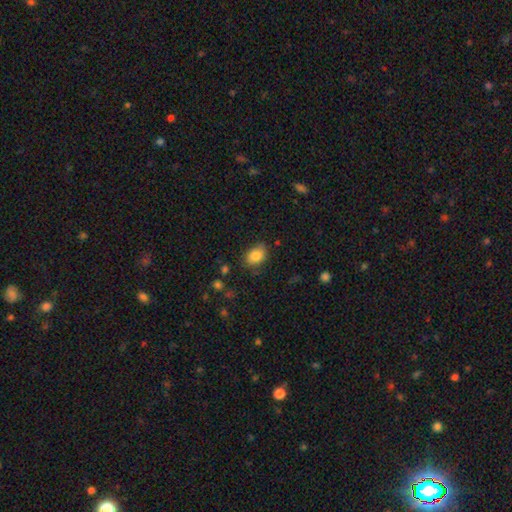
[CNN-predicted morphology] Smooth or featured? Predicted: smooth (p=0.84). How rounded? Predicted: in between (p=0.76). Merging? Predicted: none (p=0.78).